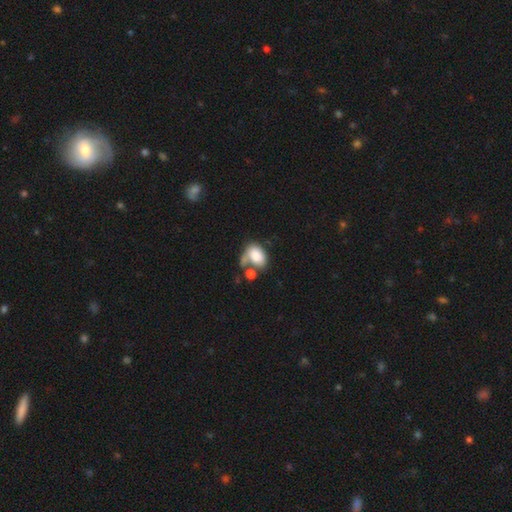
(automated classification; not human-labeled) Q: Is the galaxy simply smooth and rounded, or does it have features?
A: smooth — 80%.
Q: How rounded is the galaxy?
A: in between — 84%.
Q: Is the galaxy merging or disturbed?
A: merger — 39%.